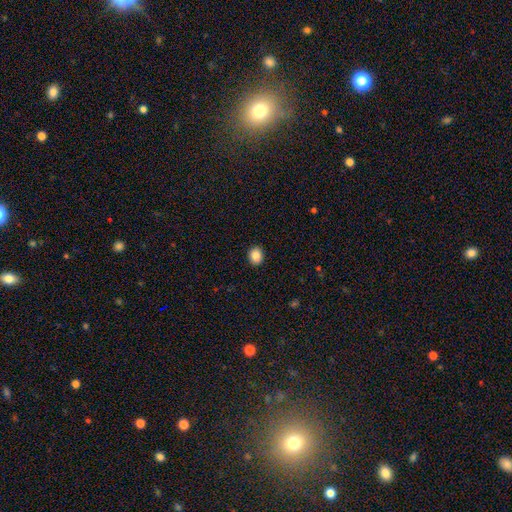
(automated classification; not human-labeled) This appears to be a smooth galaxy with no disk features (87%) that is round (54%). Merging: none (91%).